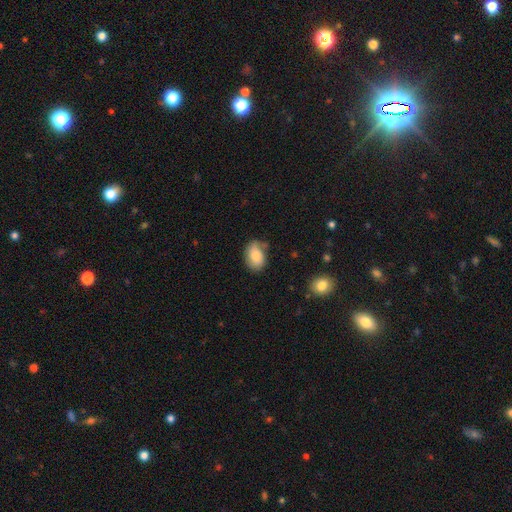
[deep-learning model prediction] Q: Smooth or featured?
A: smooth (78%); runner-up: featured or disk (14%)
Q: How rounded?
A: in between (83%); runner-up: round (16%)
Q: Merging?
A: none (61%); runner-up: minor disturbance (28%)